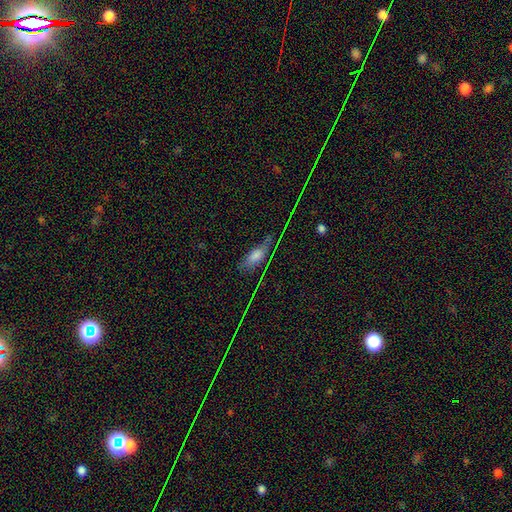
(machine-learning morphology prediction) Smooth or featured: smooth — 62% (star or artifact — 22%)
How rounded: in between — 77% (cigar-shaped — 17%)
Merging: none — 66% (minor disturbance — 22%)